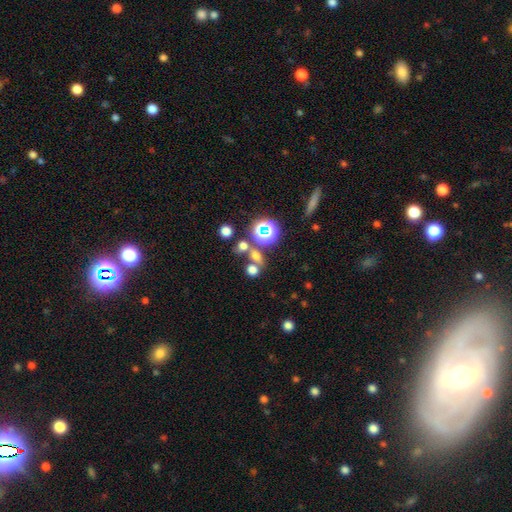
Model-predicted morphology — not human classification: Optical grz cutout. It shows a smooth galaxy with no disk features (57%) that is round (60%). Merging: none (51%).